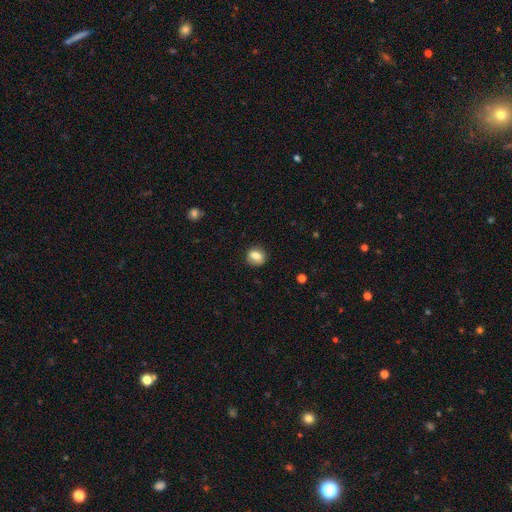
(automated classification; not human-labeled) The model was most divided on "how rounded": round: 66%, in between: 33%, cigar-shaped: 1%. More confident: merging — none (81%); smooth or featured — smooth (79%).